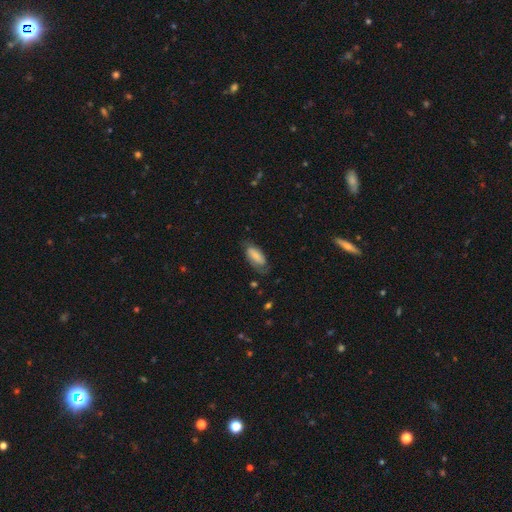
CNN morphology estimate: The model was most divided on "smooth or featured": smooth: 62%, featured or disk: 31%, star or artifact: 7%. More confident: how rounded — in between (81%); merging — none (58%).